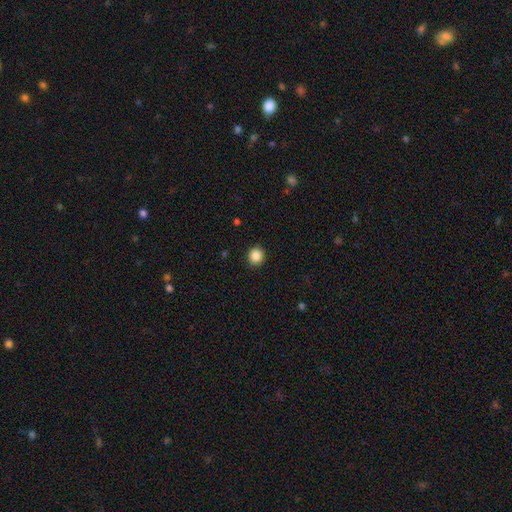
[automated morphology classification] A smooth galaxy with no disk features (87%) that is round (88%).

Vote fractions:
- Smooth or featured? smooth: 87% / star or artifact: 10% / featured or disk: 3%
- How rounded? round: 88% / in between: 11% / cigar-shaped: 1%
- Merging? none: 92% / minor disturbance: 5% / major disturbance: 2% / merger: 1%